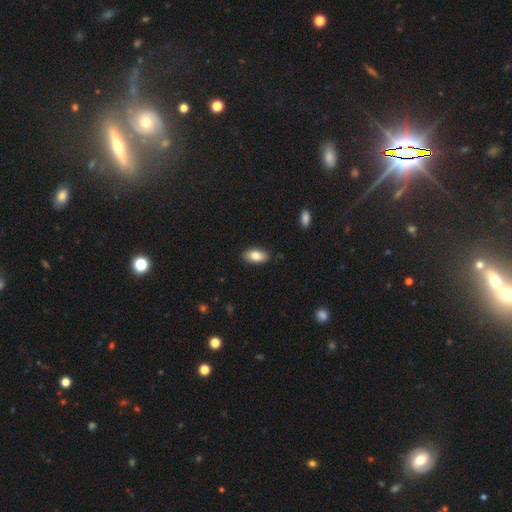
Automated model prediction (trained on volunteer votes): A smooth galaxy with no disk features (82%) that is in between round and cigar-shaped (92%). Merging: none (88%).